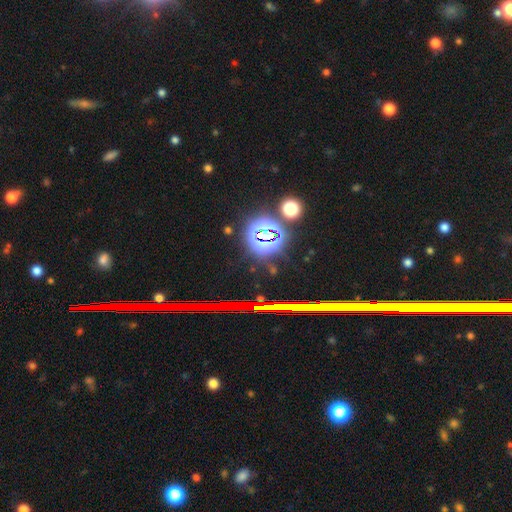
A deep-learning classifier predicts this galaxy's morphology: This is likely a star or artifact rather than a galaxy (75%).